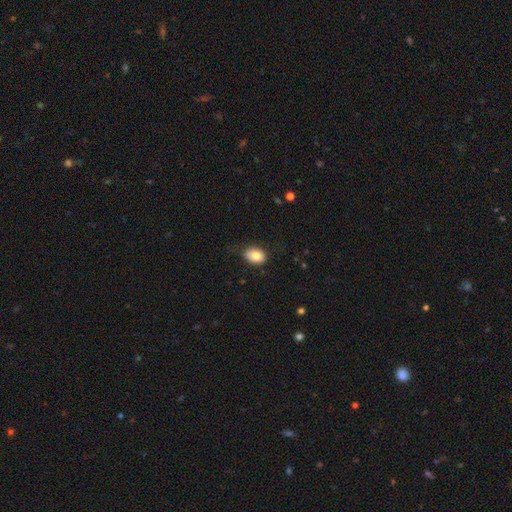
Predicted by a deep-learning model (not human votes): A smooth galaxy with no disk features (83%) that is in between round and cigar-shaped (78%).

Vote fractions:
- Smooth or featured? smooth: 83% / featured or disk: 9% / star or artifact: 8%
- How rounded? in between: 78% / round: 21% / cigar-shaped: 1%
- Merging? none: 74% / minor disturbance: 20% / major disturbance: 5% / merger: 1%